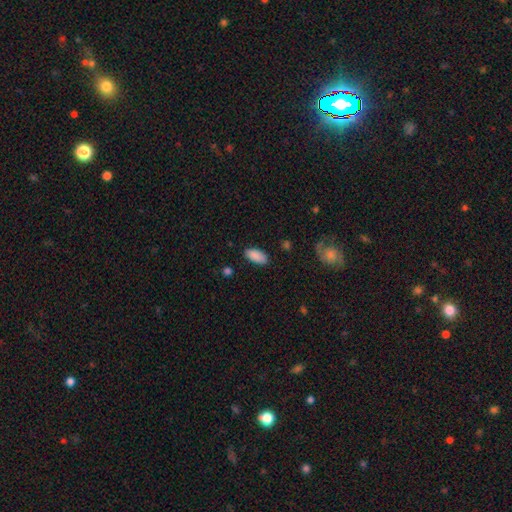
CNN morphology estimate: Smooth or featured?
  - smooth: 89% *
  - star or artifact: 7%
  - featured or disk: 4%
How rounded?
  - in between: 90% *
  - cigar-shaped: 8%
  - round: 2%
Merging?
  - none: 83% *
  - minor disturbance: 13%
  - major disturbance: 3%
  - merger: 2%